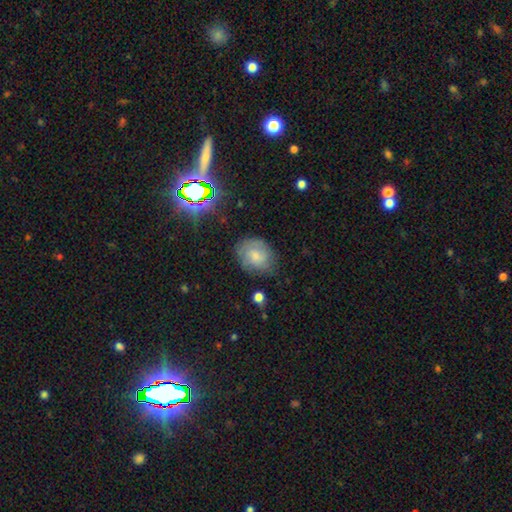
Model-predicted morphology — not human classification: Smooth or featured?
  - smooth: 56% *
  - featured or disk: 34%
  - star or artifact: 11%
How rounded?
  - in between: 57% *
  - round: 42%
  - cigar-shaped: 1%
Merging?
  - none: 67% *
  - minor disturbance: 24%
  - major disturbance: 7%
  - merger: 2%